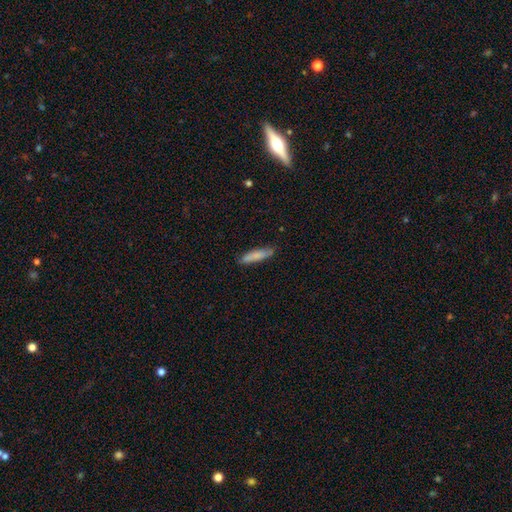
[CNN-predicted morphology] Q: Smooth or featured?
A: smooth (80%); runner-up: featured or disk (15%)
Q: How rounded?
A: cigar-shaped (79%); runner-up: in between (19%)
Q: Merging?
A: none (82%); runner-up: minor disturbance (14%)